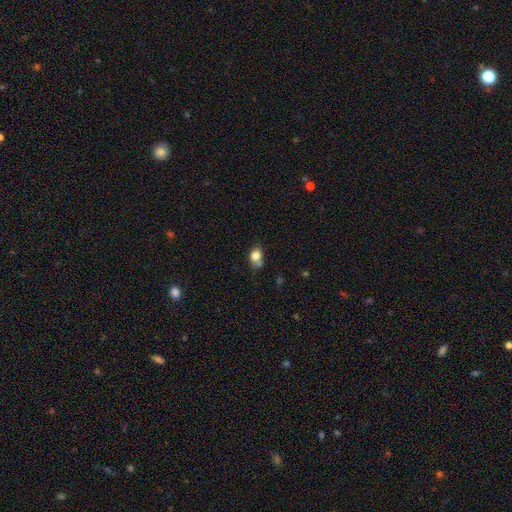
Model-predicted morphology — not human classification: smooth-or-featured: smooth: 79% | featured or disk: 11% | star or artifact: 10%
  how-rounded: in between: 62% | round: 36% | cigar-shaped: 2%
  merging: none: 50% | minor disturbance: 26% | merger: 17% | major disturbance: 7%